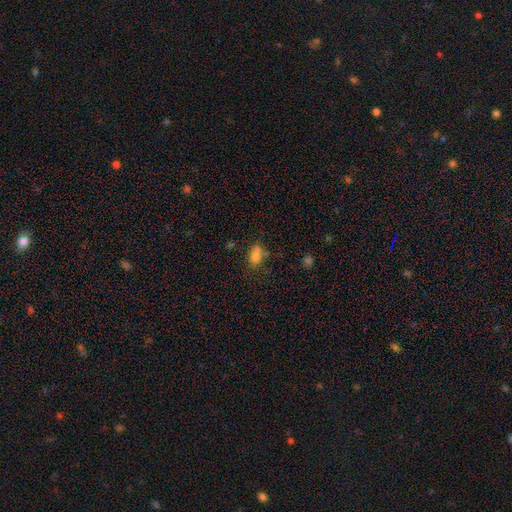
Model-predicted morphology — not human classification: Smooth or featured? smooth (75%)
How rounded? in between (73%)
Merging? none (56%)